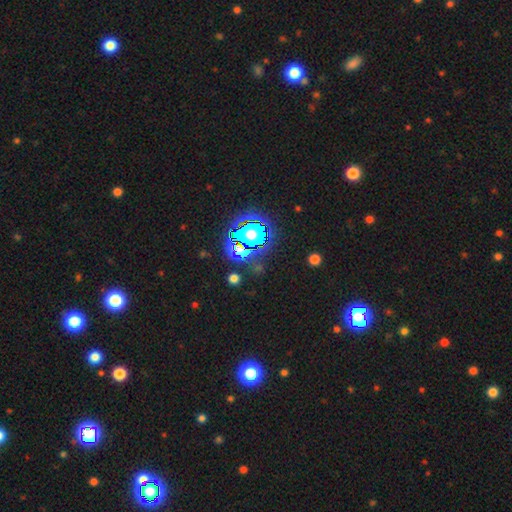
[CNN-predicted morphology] Smooth or featured? star or artifact (82%)